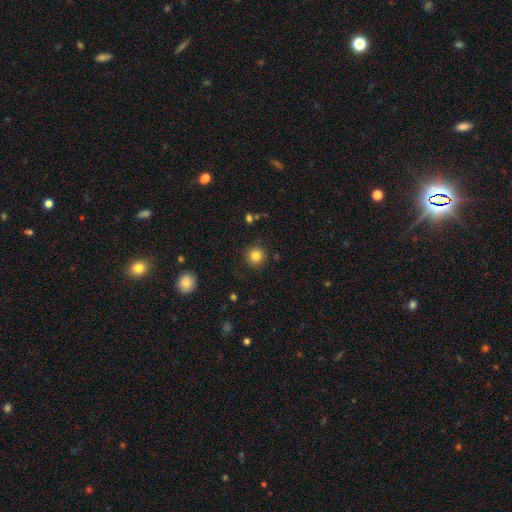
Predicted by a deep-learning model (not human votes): A smooth galaxy with no disk features (83%) that is round (94%).

Vote fractions:
- Smooth or featured? smooth: 83% / star or artifact: 11% / featured or disk: 6%
- How rounded? round: 94% / in between: 5% / cigar-shaped: 1%
- Merging? none: 90% / minor disturbance: 7% / major disturbance: 2% / merger: 2%